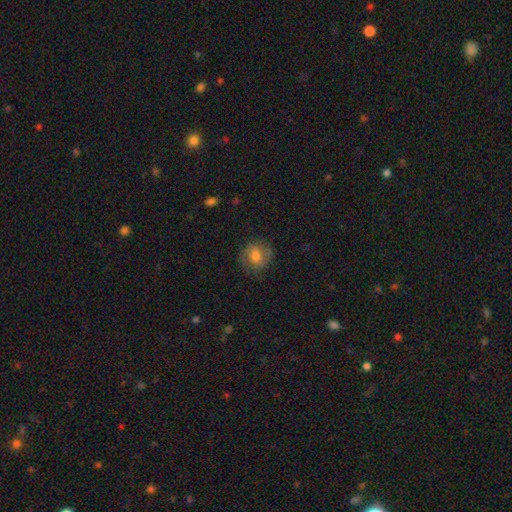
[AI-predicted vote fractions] Smooth or featured?
  - smooth: 62% *
  - featured or disk: 29%
  - star or artifact: 9%
How rounded?
  - round: 79% *
  - in between: 20%
  - cigar-shaped: 1%
Merging?
  - none: 77% *
  - minor disturbance: 16%
  - major disturbance: 6%
  - merger: 1%